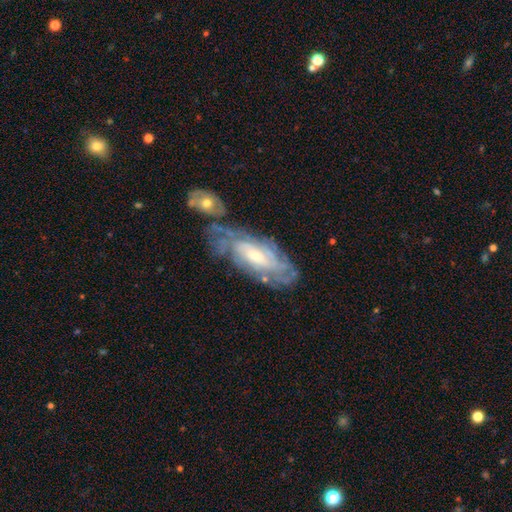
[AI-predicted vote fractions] The model was most divided on "bulge size": small: 56%, moderate: 37%, large: 4%, none: 2%, dominant: 1%. More confident: spiral arms — yes (91%); edge-on disk — no (90%); smooth or featured — featured or disk (79%); spiral winding — tight (67%); bar — no (57%); spiral arm count — can't tell (54%); merging — none (51%).